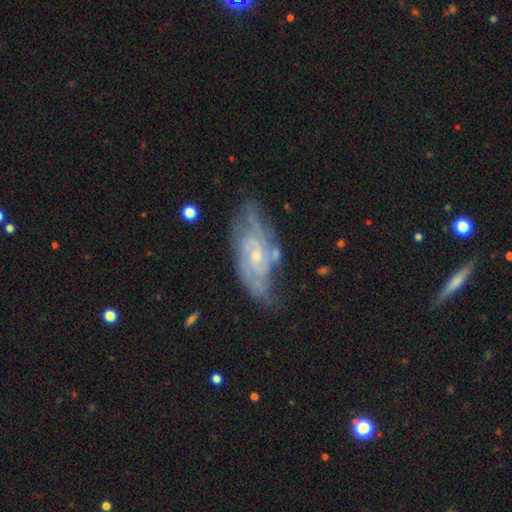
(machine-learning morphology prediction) smooth_or_featured: featured or disk (p=0.83) [alt: smooth p=0.11]
disk_edge_on: no (p=0.93) [alt: yes p=0.07]
bar: no (p=0.56) [alt: weak p=0.37]
has_spiral_arms: yes (p=0.93) [alt: no p=0.07]
spiral_winding: tight (p=0.48) [alt: medium p=0.41]
spiral_arm_count: 2 (p=0.43) [alt: can't tell p=0.28]
bulge_size: small (p=0.69) [alt: moderate p=0.26]
merging: none (p=0.62) [alt: minor disturbance p=0.24]